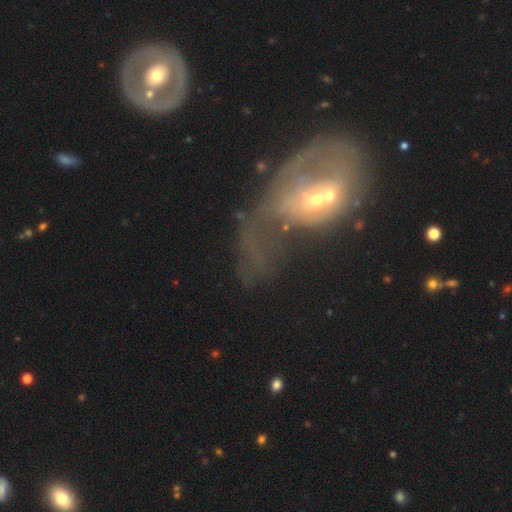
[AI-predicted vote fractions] Morphology: type=featured or disk (57%); edge-on=no (91%); bar=no (64%); spiral arms=no (63%); bulge=small (44%); merging=merger (40%).